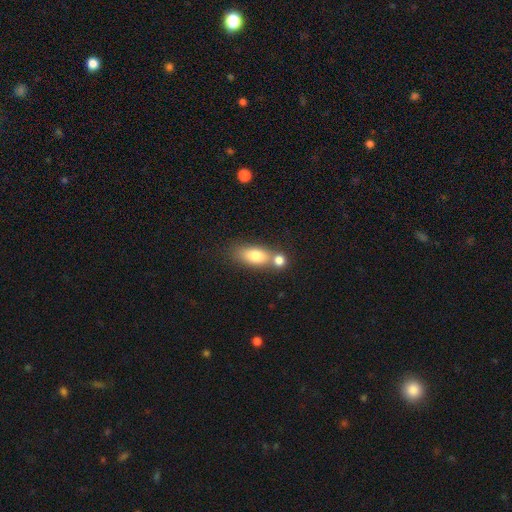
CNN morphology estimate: This is likely a smooth galaxy (79%). How rounded: likely in between (79%). Merging: possibly merger (46%).